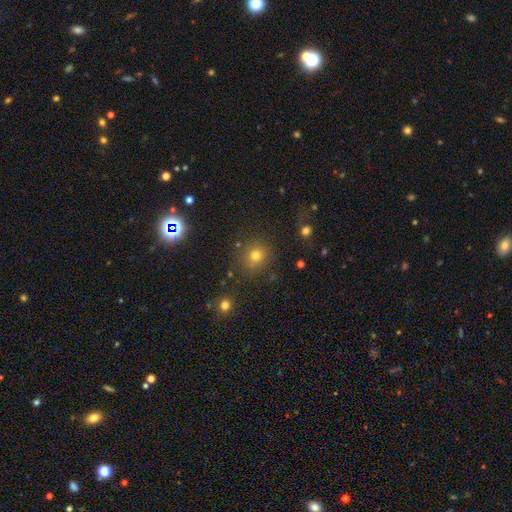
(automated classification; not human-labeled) smooth-or-featured: smooth: 72% | star or artifact: 20% | featured or disk: 7%
  how-rounded: round: 90% | in between: 9% | cigar-shaped: 1%
  merging: none: 84% | minor disturbance: 9% | major disturbance: 4% | merger: 4%